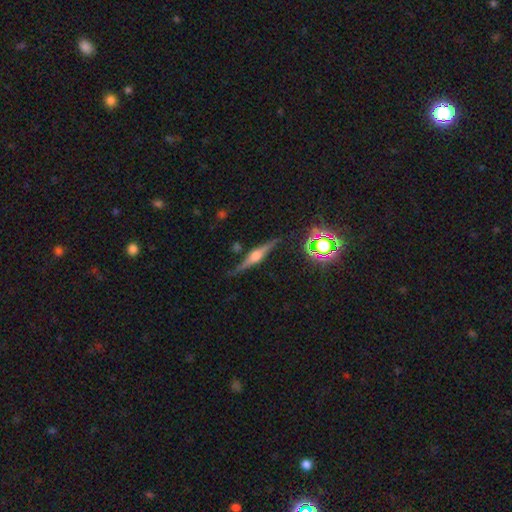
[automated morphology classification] Smooth or featured: featured or disk — 78% (smooth — 14%)
Edge-on disk: yes — 97% (no — 3%)
Edge-on bulge: rounded — 87% (boxy — 10%)
Merging: none — 85% (minor disturbance — 11%)